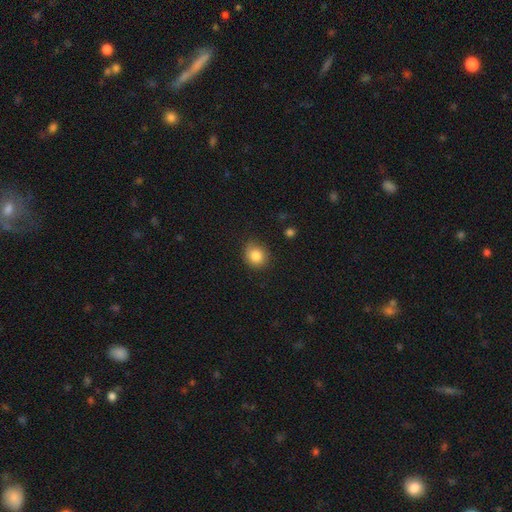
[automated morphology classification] The model was most divided on "how rounded": round: 79%, in between: 20%, cigar-shaped: 1%. More confident: smooth or featured — smooth (84%); merging — none (78%).